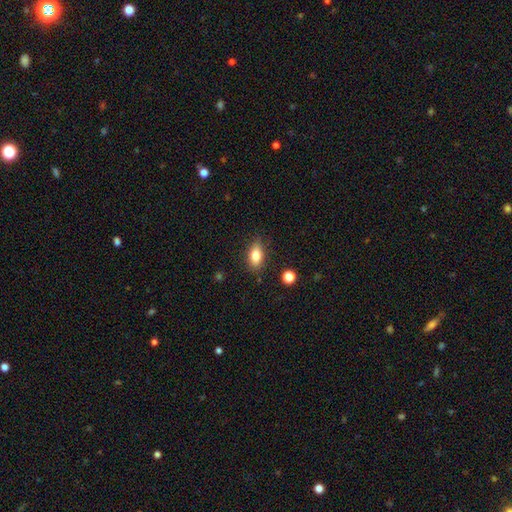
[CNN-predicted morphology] This appears to be a smooth galaxy with no disk features (81%) that is in between round and cigar-shaped (84%). Merging: none (83%).